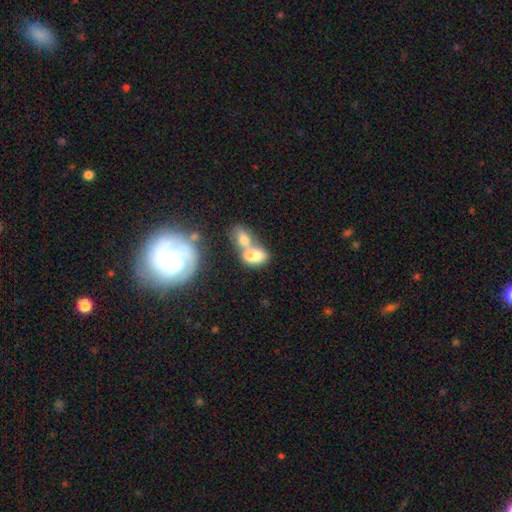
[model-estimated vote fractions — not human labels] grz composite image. It shows a smooth galaxy with no disk features (67%) that is in between round and cigar-shaped (79%). Merging: merger (72%).